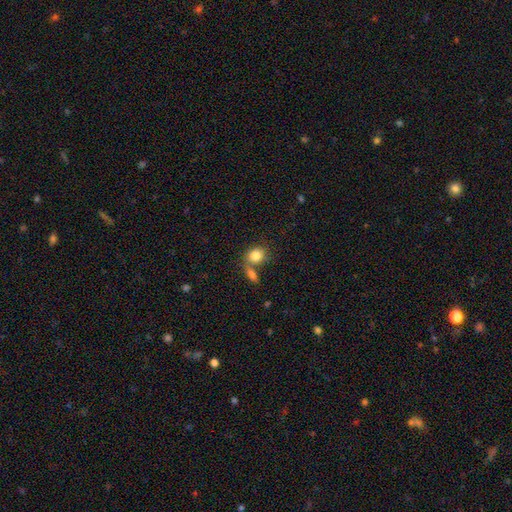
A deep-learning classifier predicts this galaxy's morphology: This is clearly a smooth galaxy (83%). How rounded: possibly round (52%). Merging: possibly none (46%).